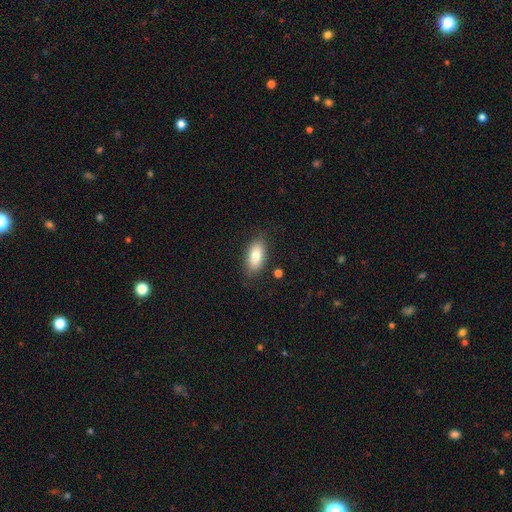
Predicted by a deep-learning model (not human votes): smooth_or_featured: smooth (p=0.80) [alt: featured or disk p=0.13]
how_rounded: in between (p=0.89) [alt: cigar-shaped p=0.08]
merging: none (p=0.82) [alt: minor disturbance p=0.13]